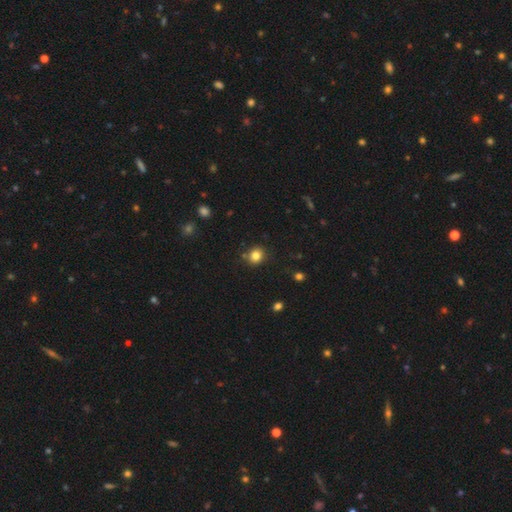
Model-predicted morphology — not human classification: This is clearly a smooth galaxy (81%). How rounded: clearly round (81%). Merging: clearly none (83%).